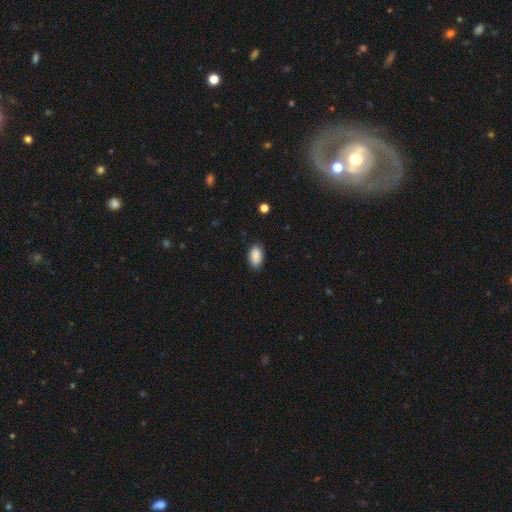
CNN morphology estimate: Smooth or featured?
  - smooth: 89% *
  - star or artifact: 7%
  - featured or disk: 4%
How rounded?
  - in between: 93% *
  - round: 5%
  - cigar-shaped: 2%
Merging?
  - none: 83% *
  - minor disturbance: 13%
  - major disturbance: 3%
  - merger: 1%